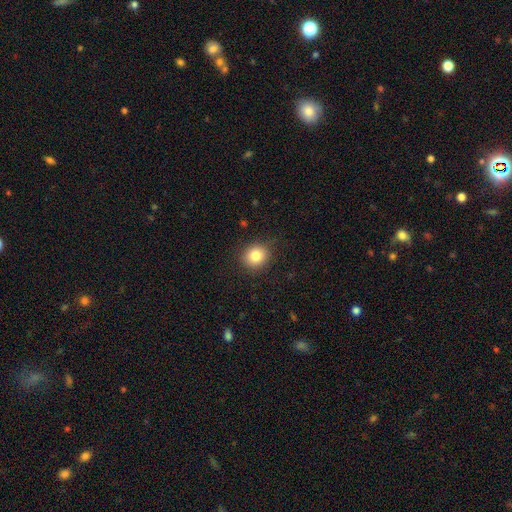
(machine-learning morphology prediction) smooth_or_featured: smooth (p=0.82) [alt: star or artifact p=0.11]
how_rounded: round (p=0.85) [alt: in between p=0.14]
merging: none (p=0.85) [alt: minor disturbance p=0.11]